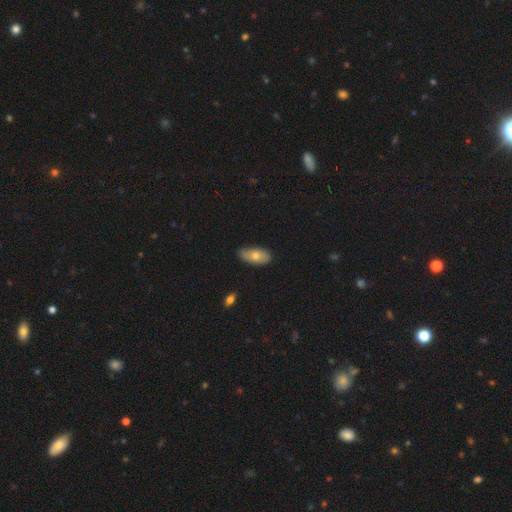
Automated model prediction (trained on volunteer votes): smooth-or-featured: smooth: 71% | featured or disk: 22% | star or artifact: 7%
  how-rounded: in between: 90% | cigar-shaped: 6% | round: 4%
  merging: none: 74% | minor disturbance: 22% | major disturbance: 3% | merger: 1%